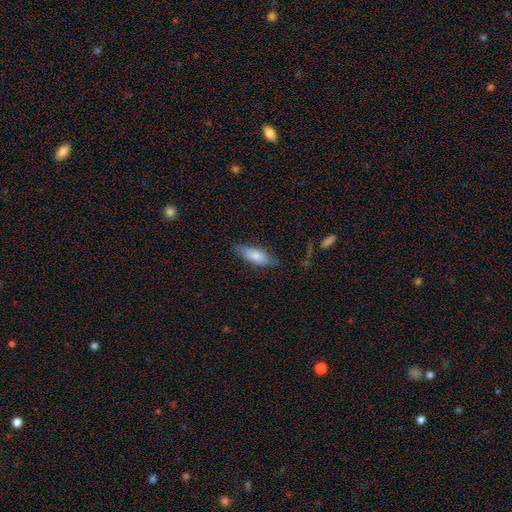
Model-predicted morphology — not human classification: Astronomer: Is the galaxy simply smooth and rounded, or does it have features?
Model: smooth — 82%.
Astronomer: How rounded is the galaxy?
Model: in between — 70%.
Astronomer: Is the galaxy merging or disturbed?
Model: none — 74%.